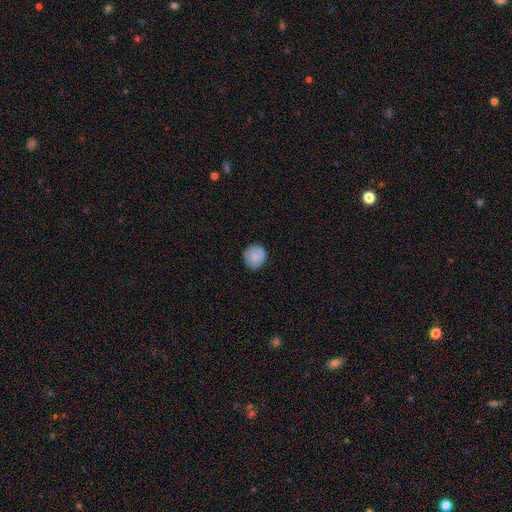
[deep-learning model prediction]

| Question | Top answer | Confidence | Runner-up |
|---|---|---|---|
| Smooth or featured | smooth | 85% | star or artifact (7%) |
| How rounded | round | 89% | in between (10%) |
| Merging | none | 85% | minor disturbance (12%) |